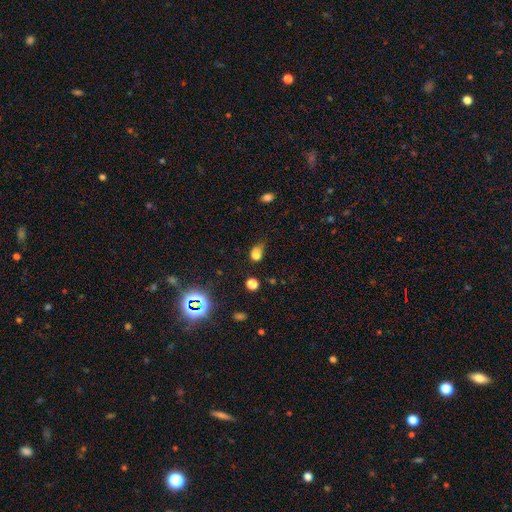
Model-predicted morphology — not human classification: Smooth or featured: smooth — 76% (star or artifact — 16%)
How rounded: in between — 58% (round — 40%)
Merging: minor disturbance — 39% (none — 36%)